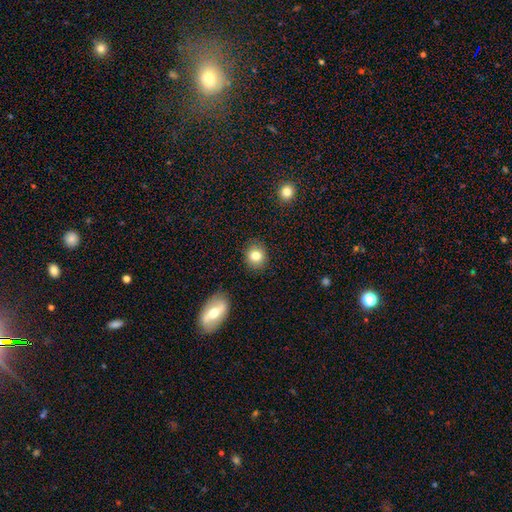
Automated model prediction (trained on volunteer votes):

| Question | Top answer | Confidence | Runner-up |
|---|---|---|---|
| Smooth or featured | smooth | 81% | star or artifact (10%) |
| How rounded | round | 77% | in between (22%) |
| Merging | none | 87% | minor disturbance (9%) |